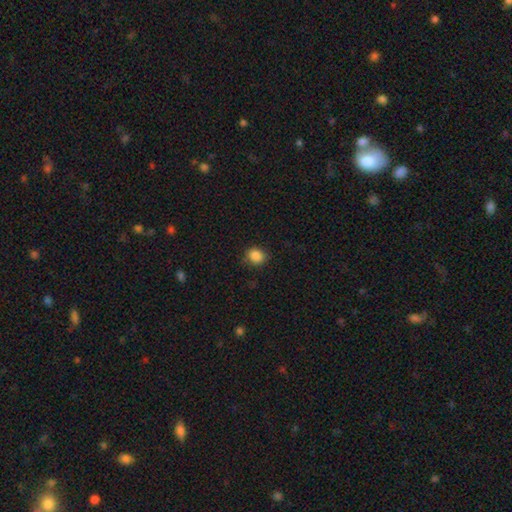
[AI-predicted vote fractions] Smooth or featured? Predicted: smooth (p=0.86). How rounded? Predicted: round (p=0.73). Merging? Predicted: none (p=0.81).